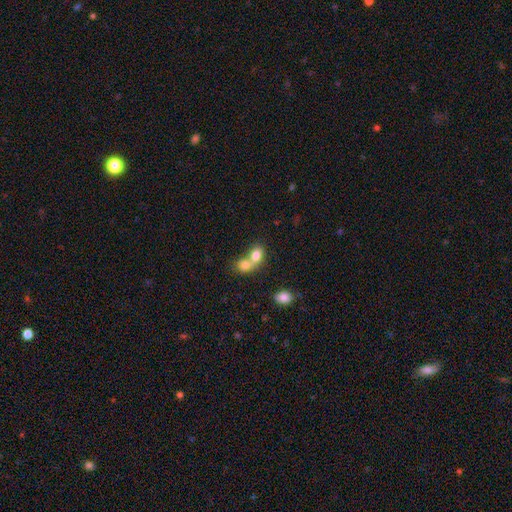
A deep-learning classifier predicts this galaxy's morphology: This is likely a smooth galaxy (78%). How rounded: possibly in between (60%). Merging: likely merger (71%).